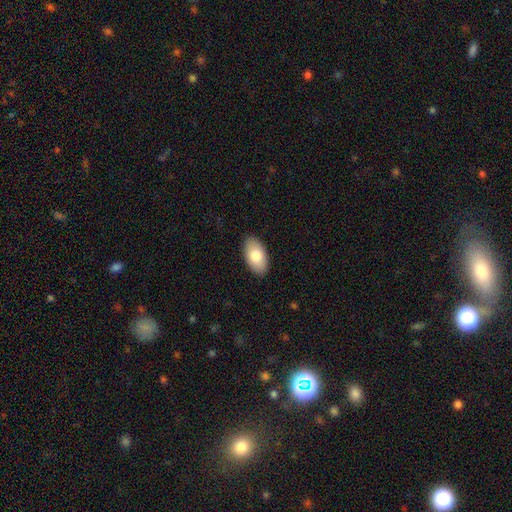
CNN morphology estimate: Smooth or featured: smooth — 80% (featured or disk — 14%)
How rounded: in between — 95% (round — 3%)
Merging: none — 89% (minor disturbance — 8%)